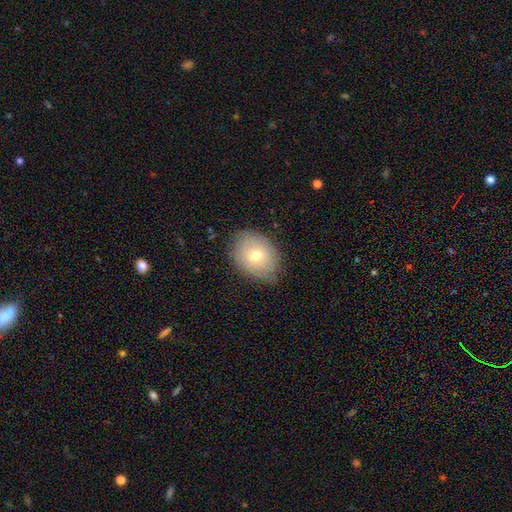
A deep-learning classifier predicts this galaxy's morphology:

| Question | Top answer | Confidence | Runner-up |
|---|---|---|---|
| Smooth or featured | smooth | 64% | featured or disk (27%) |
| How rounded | in between | 64% | round (34%) |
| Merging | none | 76% | minor disturbance (19%) |